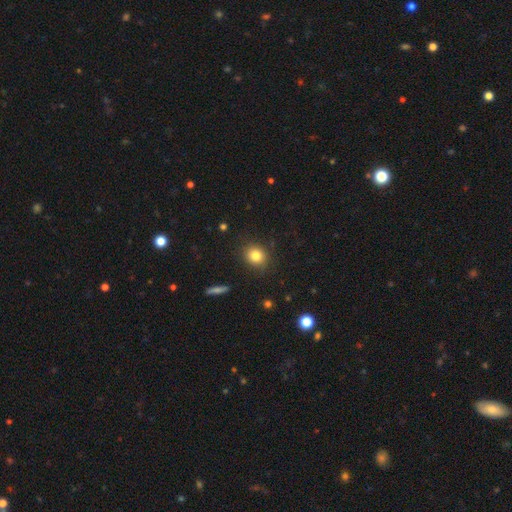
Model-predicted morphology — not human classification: The model was most divided on "how rounded": round: 78%, in between: 21%, cigar-shaped: 1%. More confident: merging — none (86%); smooth or featured — smooth (81%).